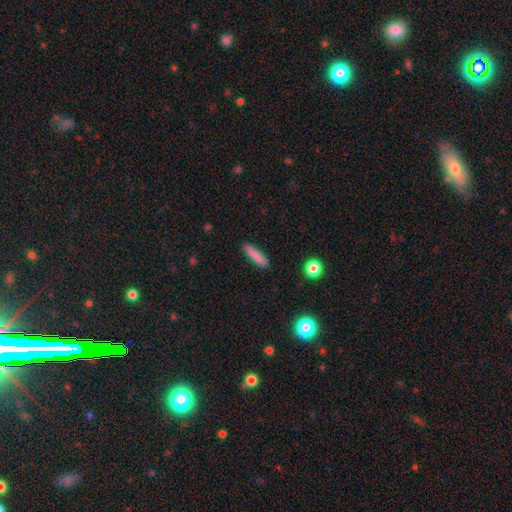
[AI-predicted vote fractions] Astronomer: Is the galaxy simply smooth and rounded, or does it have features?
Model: smooth — 85%.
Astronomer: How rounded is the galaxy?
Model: cigar-shaped — 80%.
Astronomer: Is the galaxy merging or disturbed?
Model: none — 90%.